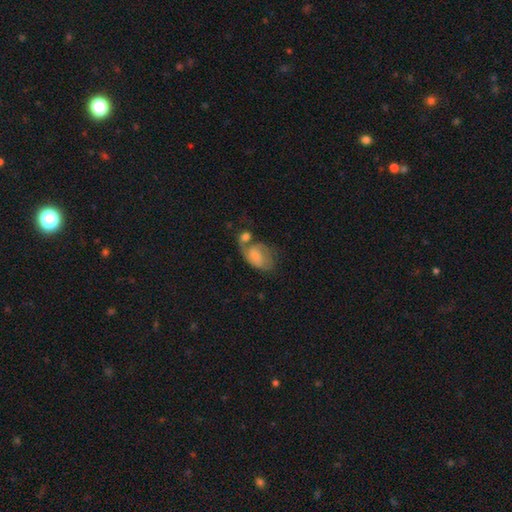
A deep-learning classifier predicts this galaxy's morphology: smooth_or_featured: smooth (p=0.54) [alt: featured or disk p=0.38]
how_rounded: in between (p=0.84) [alt: round p=0.14]
merging: merger (p=0.47) [alt: major disturbance p=0.19]